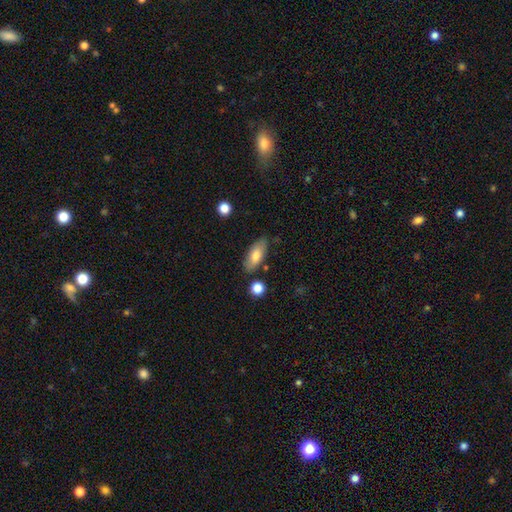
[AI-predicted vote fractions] This appears to be a smooth galaxy with no disk features (75%) that is in between round and cigar-shaped (82%). Merging: none (80%).